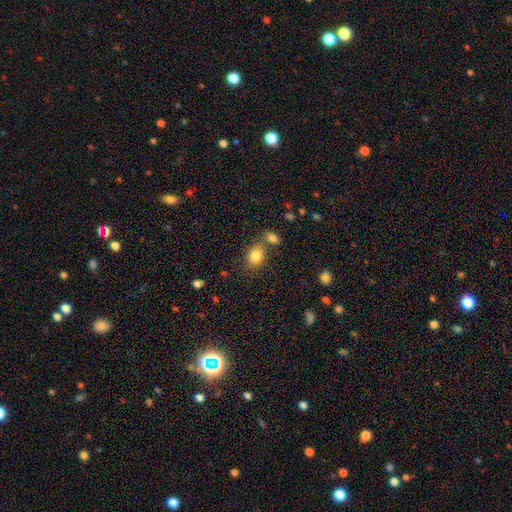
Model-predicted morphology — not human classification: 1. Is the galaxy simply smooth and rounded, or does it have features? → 83% smooth, 9% star or artifact, 7% featured or disk.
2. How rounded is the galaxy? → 63% in between, 36% round, 1% cigar-shaped.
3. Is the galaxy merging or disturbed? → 61% none, 21% merger, 13% minor disturbance, 5% major disturbance.